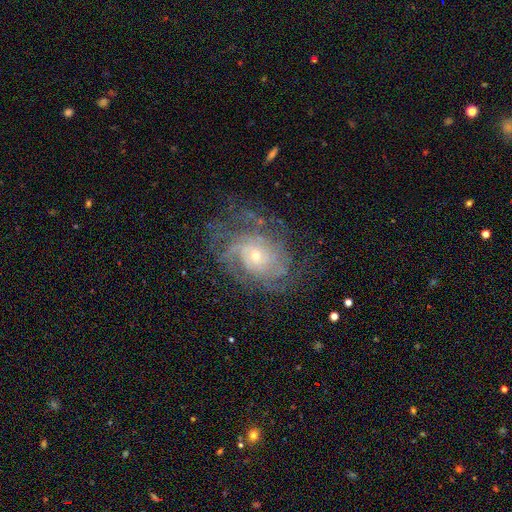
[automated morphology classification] The model was most divided on "spiral arm count": can't tell: 43%, 4: 15%, 3: 13%, 2: 13%, more than 4: 11%, 1: 6%. More confident: edge-on disk — no (97%); spiral arms — yes (93%); smooth or featured — featured or disk (83%); bar — no (76%); merging — none (68%); spiral winding — tight (66%); bulge size — small (64%).